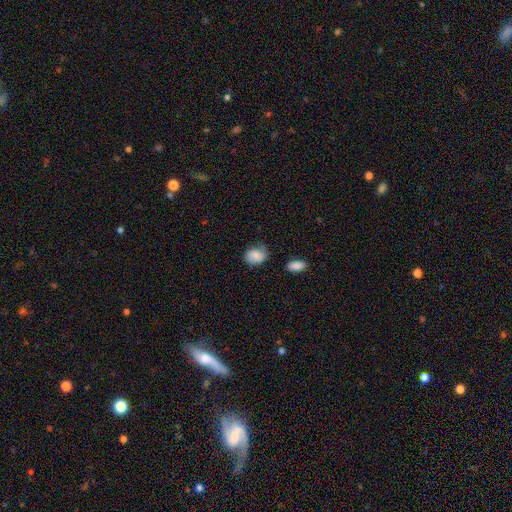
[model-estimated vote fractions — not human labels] A smooth galaxy with no disk features (78%) that is in between round and cigar-shaped (58%).

Vote fractions:
- Smooth or featured? smooth: 78% / featured or disk: 14% / star or artifact: 8%
- How rounded? in between: 58% / round: 41% / cigar-shaped: 1%
- Merging? none: 64% / minor disturbance: 27% / major disturbance: 7% / merger: 3%